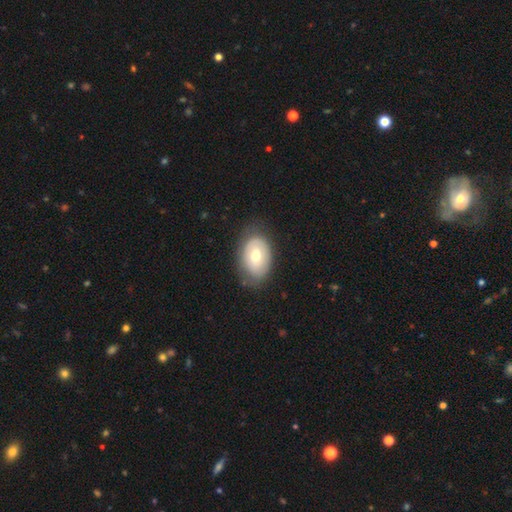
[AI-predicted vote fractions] This appears to be a smooth galaxy with no disk features (63%) that is in between round and cigar-shaped (81%). Merging: none (72%).